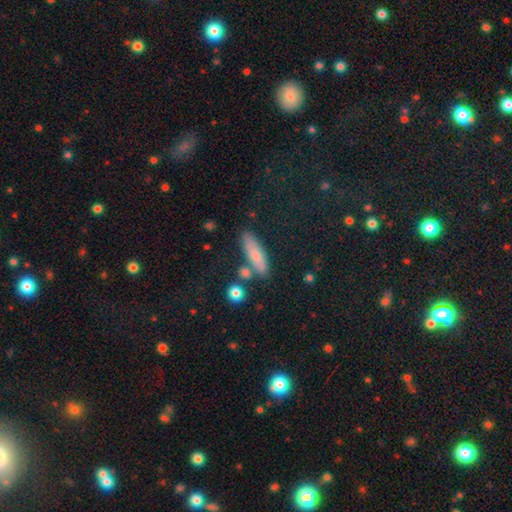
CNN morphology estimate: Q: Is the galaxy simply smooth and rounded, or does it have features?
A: smooth — 72%.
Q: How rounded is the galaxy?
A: cigar-shaped — 60%.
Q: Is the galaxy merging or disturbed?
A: none — 73%.